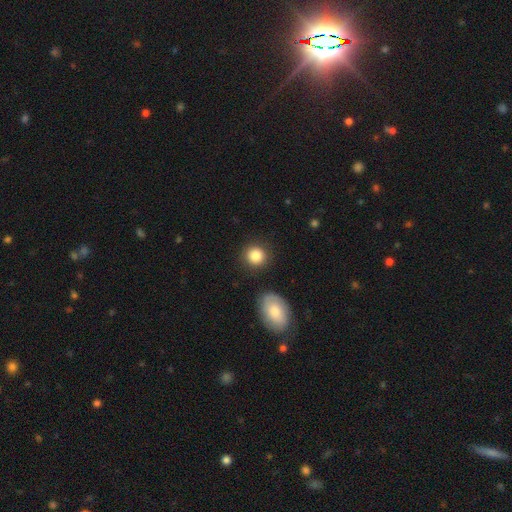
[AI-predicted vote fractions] Smooth or featured? Predicted: smooth (p=0.85). How rounded? Predicted: round (p=0.90). Merging? Predicted: none (p=0.87).